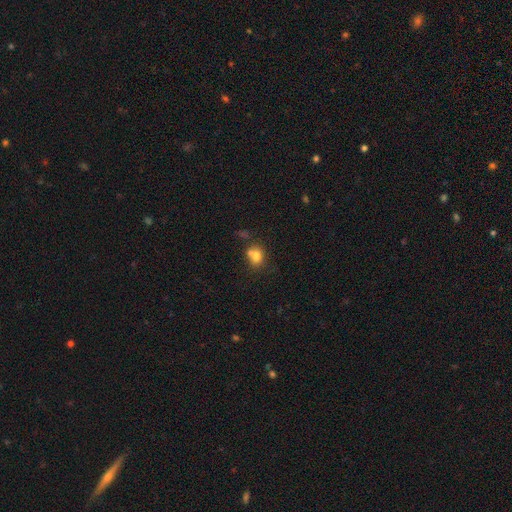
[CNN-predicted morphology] smooth-or-featured: smooth: 75% | featured or disk: 13% | star or artifact: 12%
  how-rounded: round: 64% | in between: 35% | cigar-shaped: 1%
  merging: none: 43% | merger: 39% | minor disturbance: 13% | major disturbance: 5%